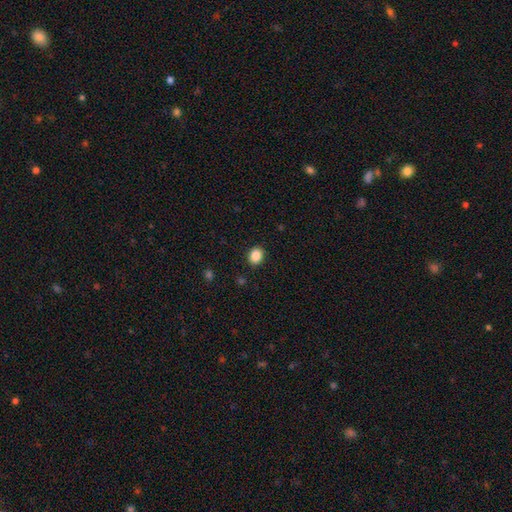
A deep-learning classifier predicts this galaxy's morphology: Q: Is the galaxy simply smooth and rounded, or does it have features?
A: smooth — 87%.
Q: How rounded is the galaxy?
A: round — 52%.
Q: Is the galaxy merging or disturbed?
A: none — 89%.